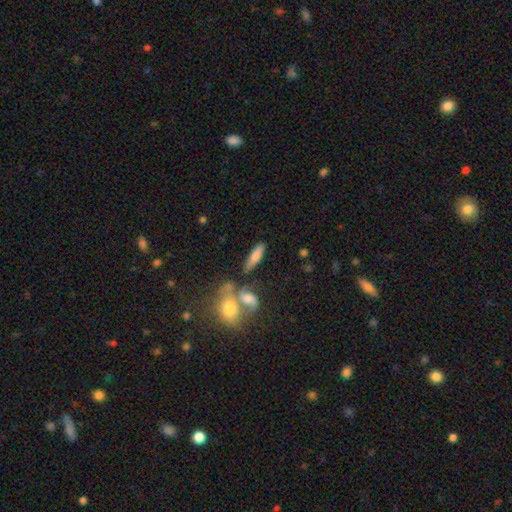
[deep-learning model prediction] A smooth galaxy with no disk features (70%) that is cigar-shaped (63%).

Vote fractions:
- Smooth or featured? smooth: 70% / featured or disk: 23% / star or artifact: 8%
- How rounded? cigar-shaped: 63% / in between: 33% / round: 4%
- Merging? none: 62% / merger: 19% / minor disturbance: 13% / major disturbance: 6%